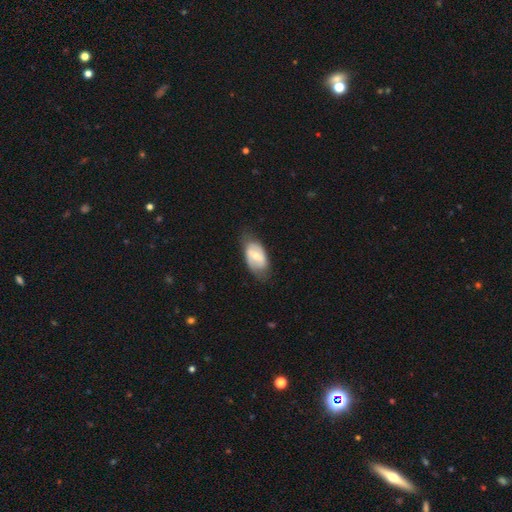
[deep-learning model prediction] Smooth or featured? featured or disk (50%)
Merging? none (69%)